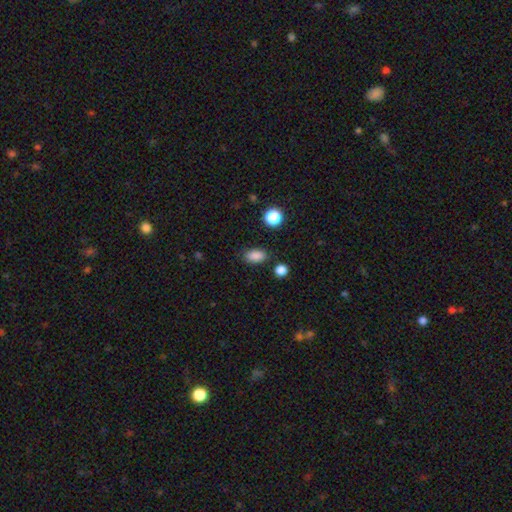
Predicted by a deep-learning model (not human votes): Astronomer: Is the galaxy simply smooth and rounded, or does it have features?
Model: smooth — 85%.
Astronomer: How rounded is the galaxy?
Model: in between — 86%.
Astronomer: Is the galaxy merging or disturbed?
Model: none — 83%.